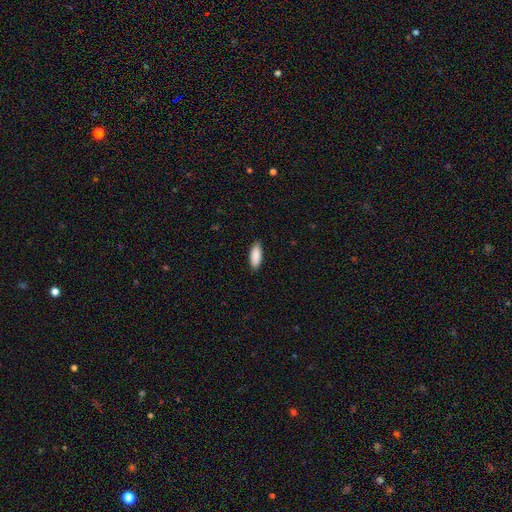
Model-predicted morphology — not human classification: This is clearly a smooth galaxy (90%). How rounded: likely in between (74%). Merging: clearly none (88%).